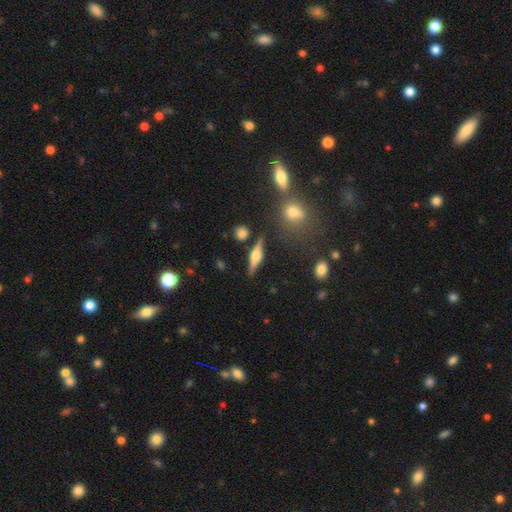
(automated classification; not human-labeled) This appears to be a featured or disk galaxy (68%) viewed edge-on (96%) with a rounded central bulge (91%). Merging: none (83%).